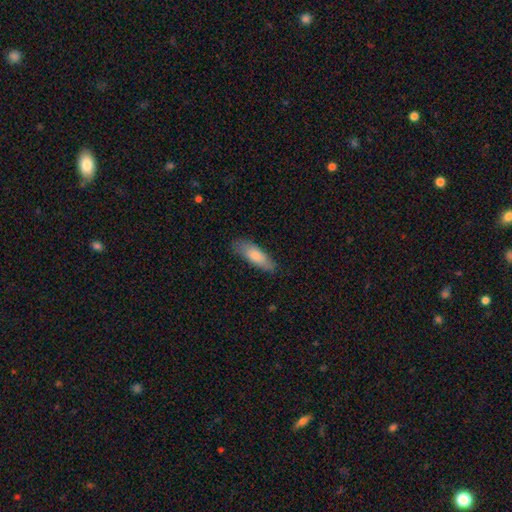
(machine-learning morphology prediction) This appears to be a smooth galaxy with no disk features (81%) that is in between round and cigar-shaped (55%). Merging: none (78%).